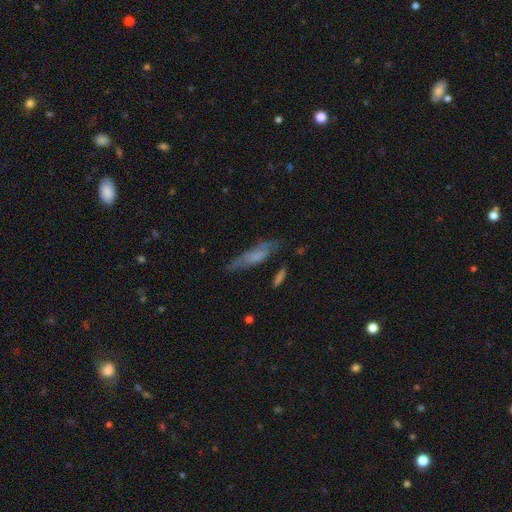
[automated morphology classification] type=smooth (51%); roundness=cigar-shaped (72%); merging=none (61%).